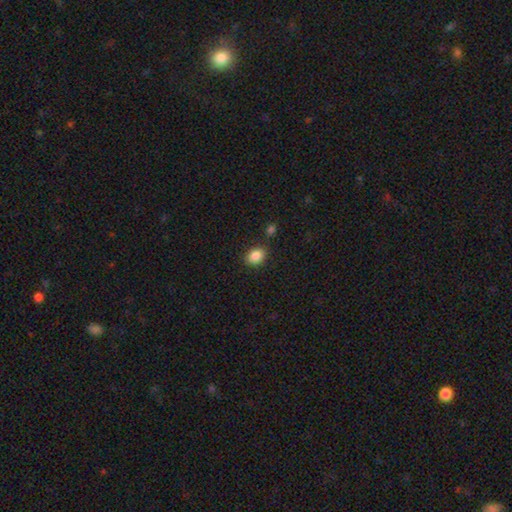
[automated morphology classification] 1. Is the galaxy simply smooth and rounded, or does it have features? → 87% smooth, 9% star or artifact, 4% featured or disk.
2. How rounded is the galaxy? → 61% in between, 38% round, 1% cigar-shaped.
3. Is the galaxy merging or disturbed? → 82% none, 11% minor disturbance, 4% merger, 3% major disturbance.